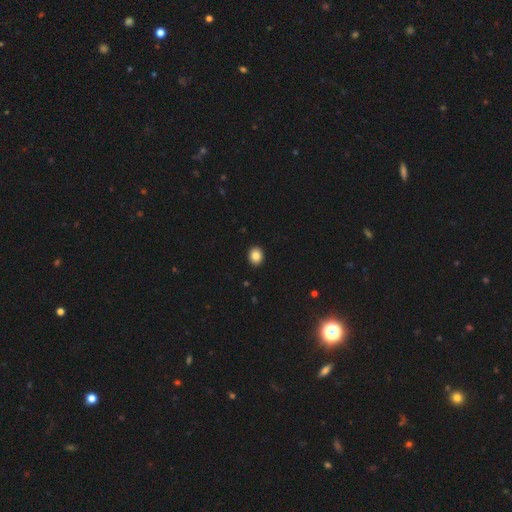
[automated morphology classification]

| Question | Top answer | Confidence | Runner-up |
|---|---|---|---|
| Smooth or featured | smooth | 85% | star or artifact (9%) |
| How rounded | round | 62% | in between (37%) |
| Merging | none | 92% | minor disturbance (5%) |